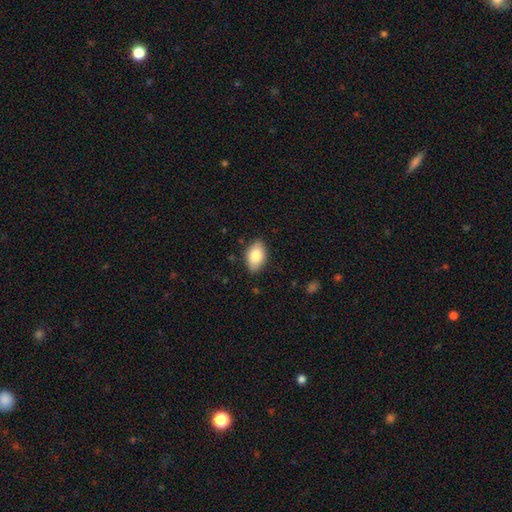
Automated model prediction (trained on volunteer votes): smooth-or-featured: smooth: 81% | featured or disk: 13% | star or artifact: 7%
  how-rounded: in between: 90% | round: 8% | cigar-shaped: 1%
  merging: none: 85% | minor disturbance: 12% | major disturbance: 2% | merger: 1%